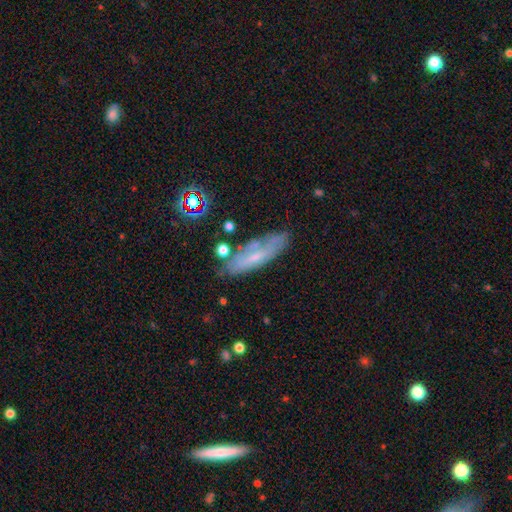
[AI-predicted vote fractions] Smooth or featured? smooth (46%)
Merging? none (61%)